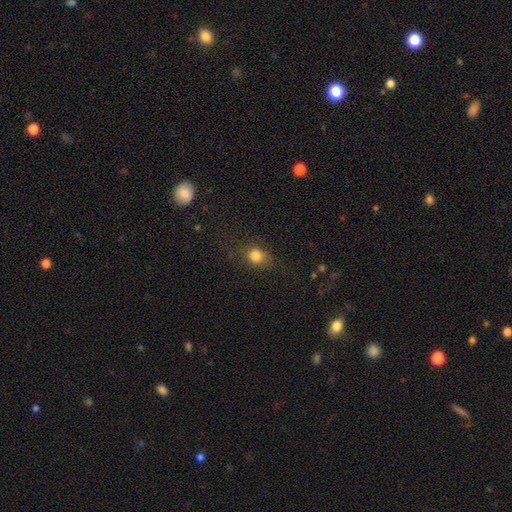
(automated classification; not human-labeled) A smooth galaxy with no disk features (80%) that is round (65%). Merging: none (72%).